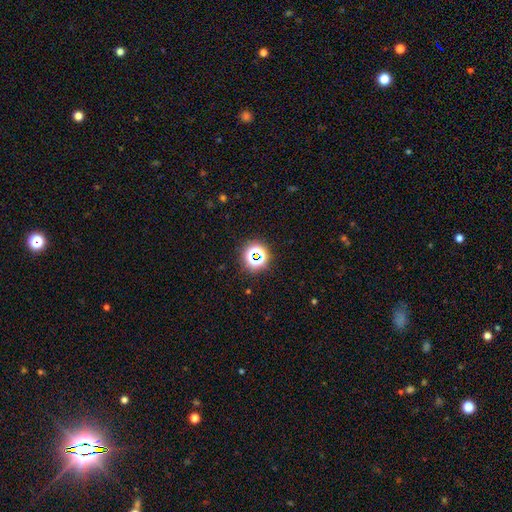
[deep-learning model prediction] smooth-or-featured: star or artifact: 63% | smooth: 27% | featured or disk: 10%